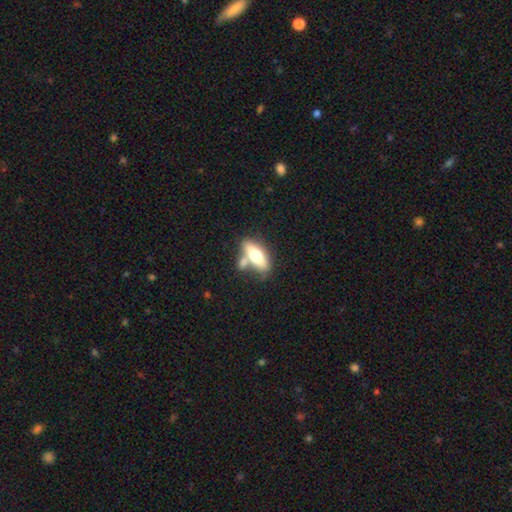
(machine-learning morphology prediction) type=smooth (57%); roundness=in between (67%); merging=none (49%).